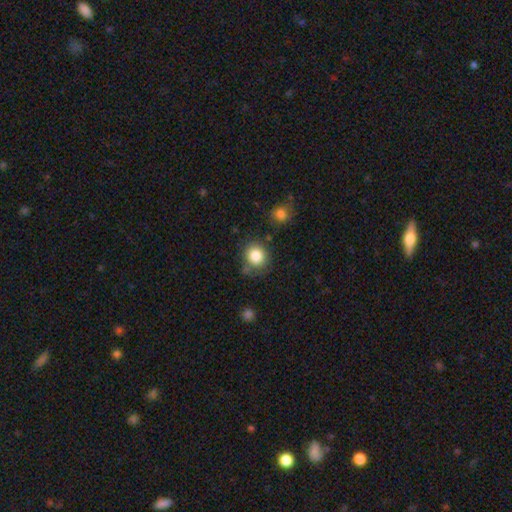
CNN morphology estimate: A smooth galaxy with no disk features (85%) that is round (82%).

Vote fractions:
- Smooth or featured? smooth: 85% / star or artifact: 10% / featured or disk: 6%
- How rounded? round: 82% / in between: 17% / cigar-shaped: 1%
- Merging? none: 75% / minor disturbance: 14% / merger: 7% / major disturbance: 4%